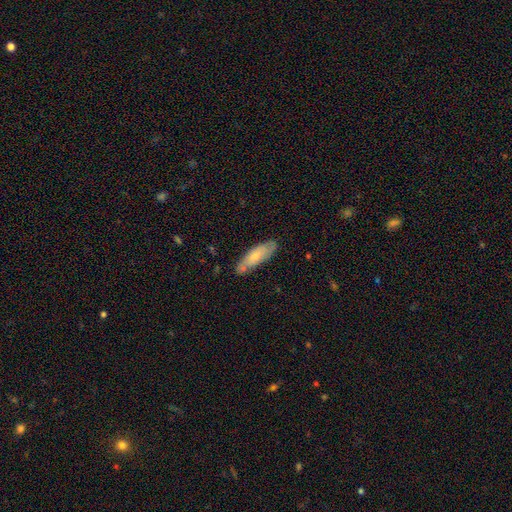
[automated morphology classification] smooth_or_featured: smooth (p=0.67) [alt: featured or disk p=0.27]
how_rounded: in between (p=0.50) [alt: cigar-shaped p=0.48]
merging: none (p=0.70) [alt: minor disturbance p=0.19]